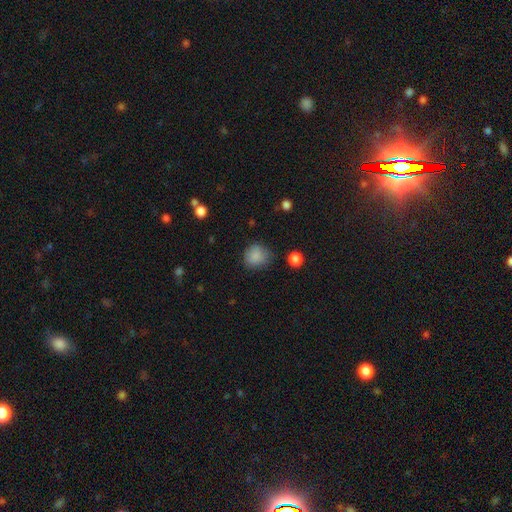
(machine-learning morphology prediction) Smooth or featured?
  - smooth: 84% *
  - star or artifact: 10%
  - featured or disk: 6%
How rounded?
  - round: 78% *
  - in between: 21%
  - cigar-shaped: 1%
Merging?
  - none: 73% *
  - minor disturbance: 20%
  - major disturbance: 6%
  - merger: 2%